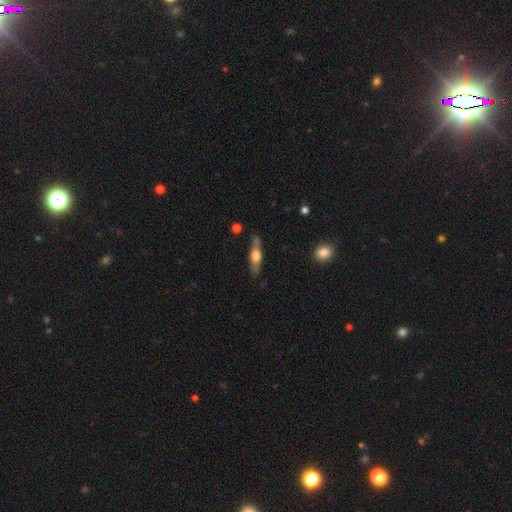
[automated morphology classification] Smooth or featured? Predicted: featured or disk (p=0.53). Edge-on disk? Predicted: yes (p=0.89). Merging? Predicted: none (p=0.82).